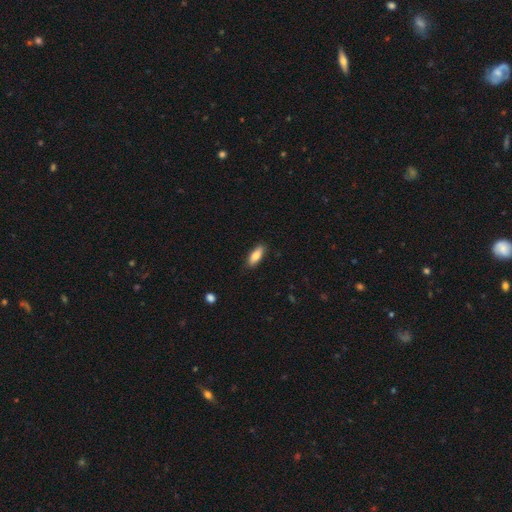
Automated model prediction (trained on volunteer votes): smooth_or_featured: smooth (p=0.81) [alt: featured or disk p=0.13]
how_rounded: in between (p=0.72) [alt: cigar-shaped p=0.26]
merging: none (p=0.86) [alt: minor disturbance p=0.11]